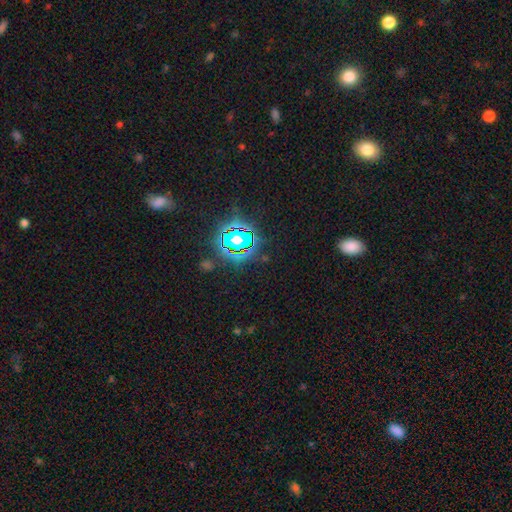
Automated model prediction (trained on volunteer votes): The model was most divided on "smooth or featured": star or artifact: 79%, smooth: 13%, featured or disk: 7%.